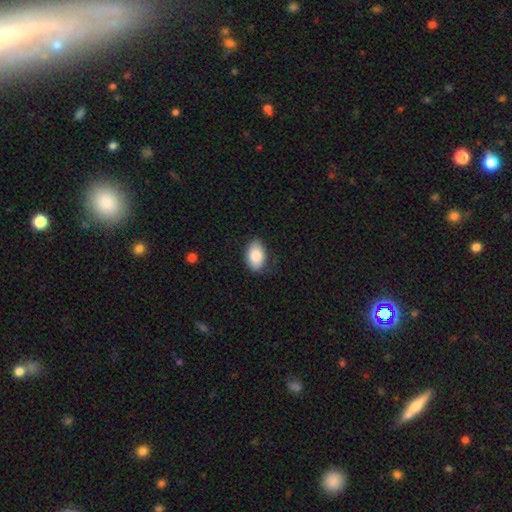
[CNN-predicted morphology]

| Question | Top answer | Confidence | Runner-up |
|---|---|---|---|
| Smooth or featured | smooth | 86% | featured or disk (7%) |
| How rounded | in between | 92% | round (7%) |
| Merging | none | 78% | minor disturbance (17%) |